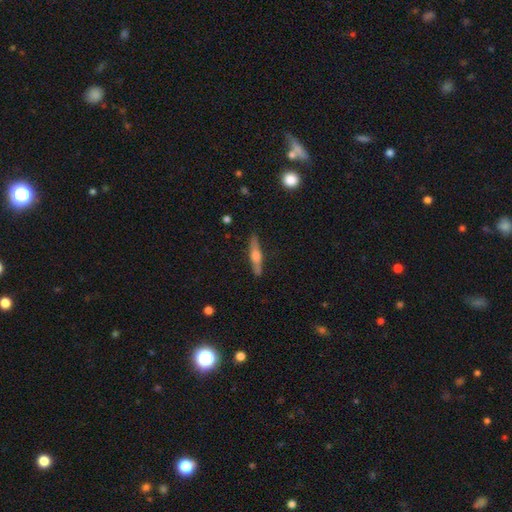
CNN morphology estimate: Q: Smooth or featured?
A: featured or disk (62%); runner-up: smooth (32%)
Q: Edge-on disk?
A: yes (96%); runner-up: no (4%)
Q: Edge-on bulge?
A: rounded (83%); runner-up: boxy (13%)
Q: Merging?
A: none (87%); runner-up: minor disturbance (9%)